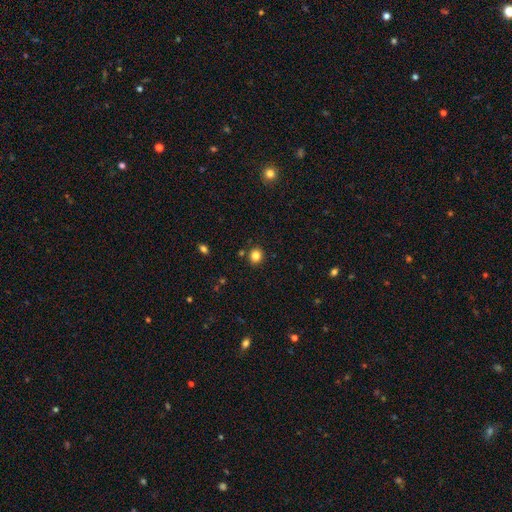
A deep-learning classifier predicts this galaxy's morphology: Overall: smooth (83%). How rounded: round (80%). Merging: none (88%).